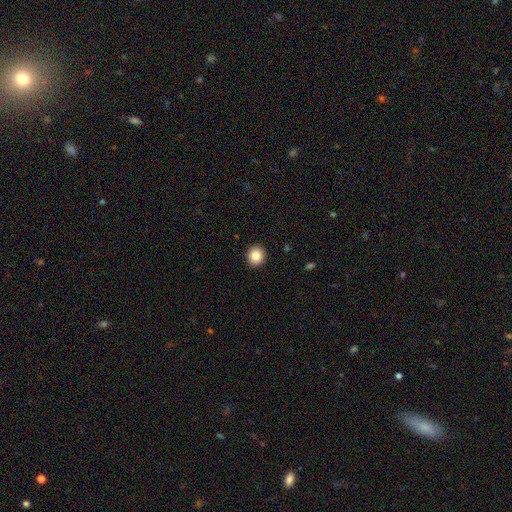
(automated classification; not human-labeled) This appears to be a smooth galaxy with no disk features (84%) that is round (88%). Merging: none (92%).